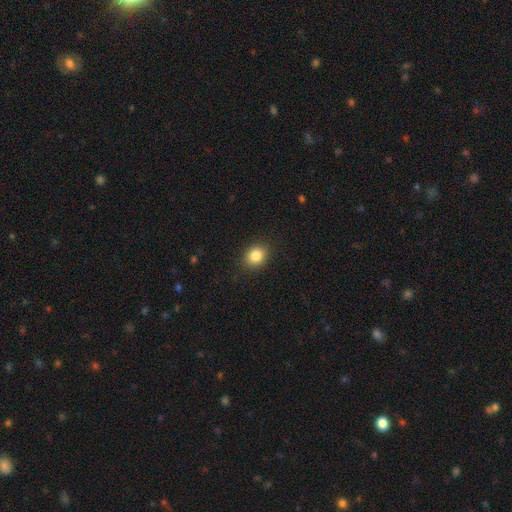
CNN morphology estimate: Smooth or featured? smooth (84%)
How rounded? round (60%)
Merging? none (88%)